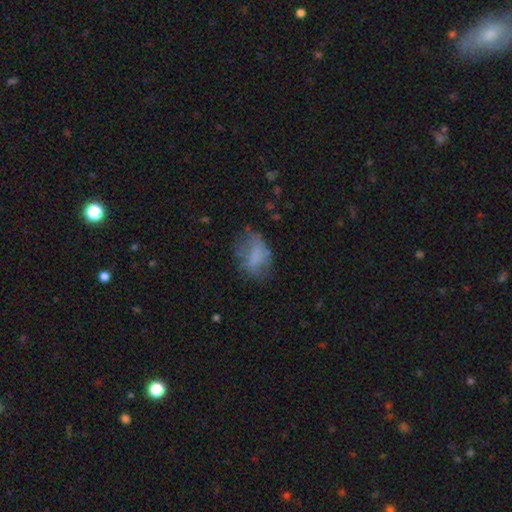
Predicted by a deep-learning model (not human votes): Smooth or featured? smooth (60%)
How rounded? in between (82%)
Merging? none (45%)